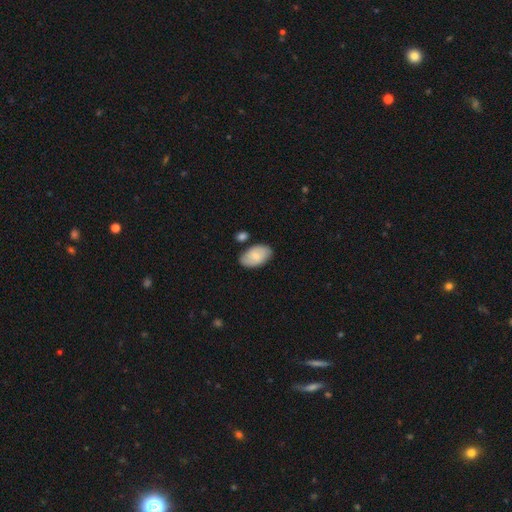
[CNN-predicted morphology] smooth-or-featured: smooth: 66% | featured or disk: 28% | star or artifact: 6%
  how-rounded: in between: 94% | round: 5% | cigar-shaped: 1%
  merging: none: 73% | minor disturbance: 16% | merger: 7% | major disturbance: 3%